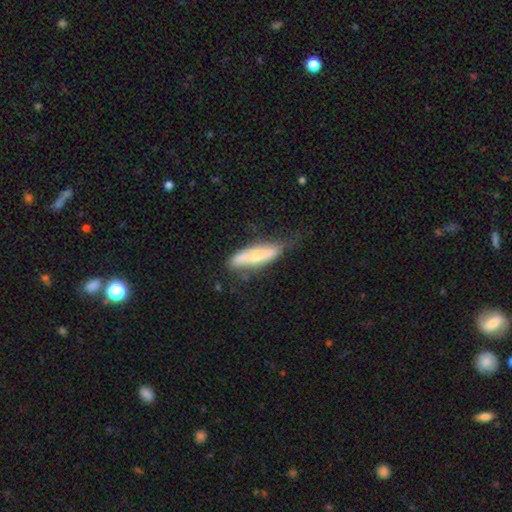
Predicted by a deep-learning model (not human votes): Morphology: type=smooth (47%, tied with featured or disk); merging=none (54%).